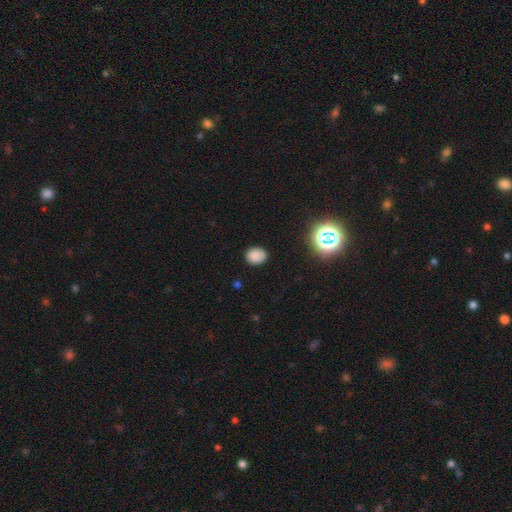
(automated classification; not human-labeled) Overall: smooth (82%). How rounded: in between (50%; round 49%). Merging: none (84%).